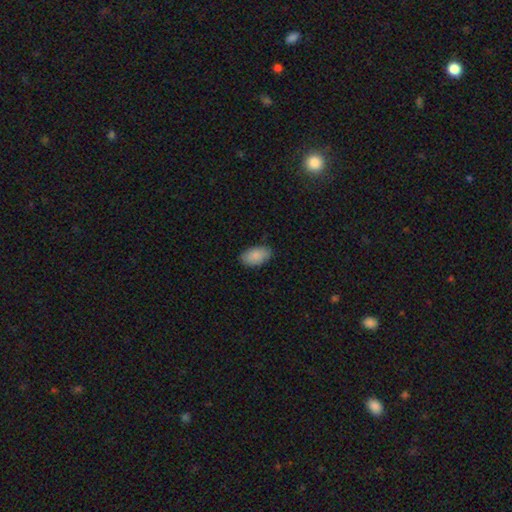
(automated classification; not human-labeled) Smooth or featured?
  - smooth: 89% *
  - star or artifact: 6%
  - featured or disk: 5%
How rounded?
  - in between: 94% *
  - round: 4%
  - cigar-shaped: 2%
Merging?
  - none: 84% *
  - minor disturbance: 12%
  - major disturbance: 2%
  - merger: 1%